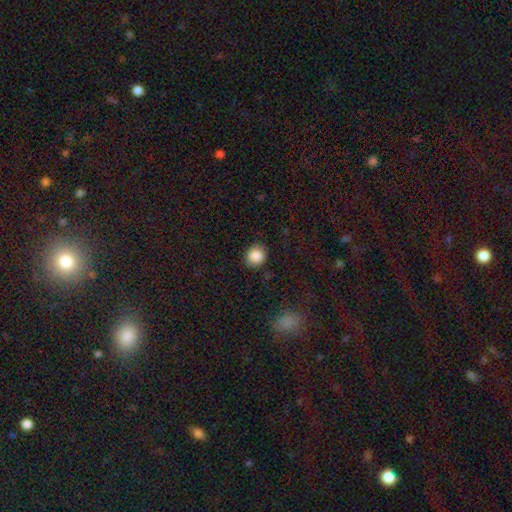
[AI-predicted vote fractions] Smooth or featured? smooth (87%)
How rounded? round (77%)
Merging? none (84%)